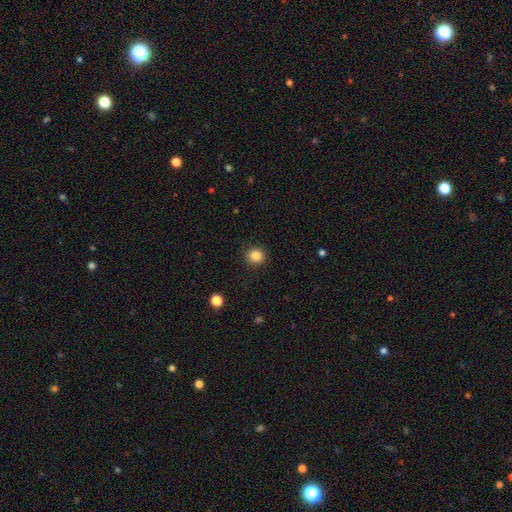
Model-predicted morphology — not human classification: Smooth or featured? smooth (85%)
How rounded? round (89%)
Merging? none (90%)